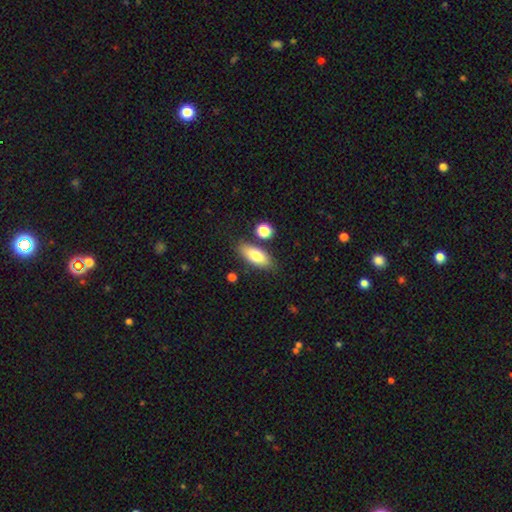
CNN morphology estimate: Smooth or featured?
  - smooth: 77% *
  - featured or disk: 16%
  - star or artifact: 7%
How rounded?
  - in between: 81% *
  - cigar-shaped: 15%
  - round: 4%
Merging?
  - none: 79% *
  - minor disturbance: 12%
  - merger: 7%
  - major disturbance: 3%